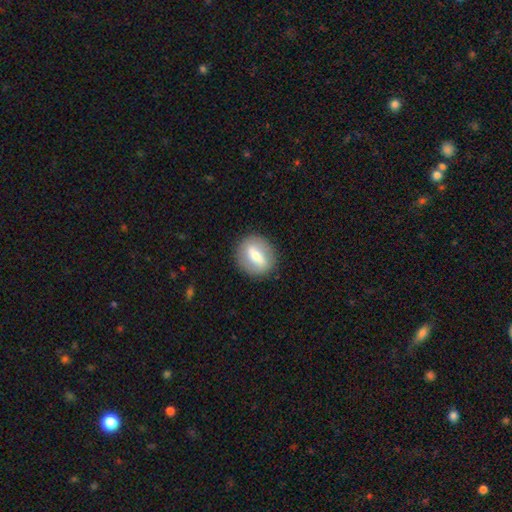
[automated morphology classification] Overall: featured or disk (48%; smooth 45%). Merging: none (88%).